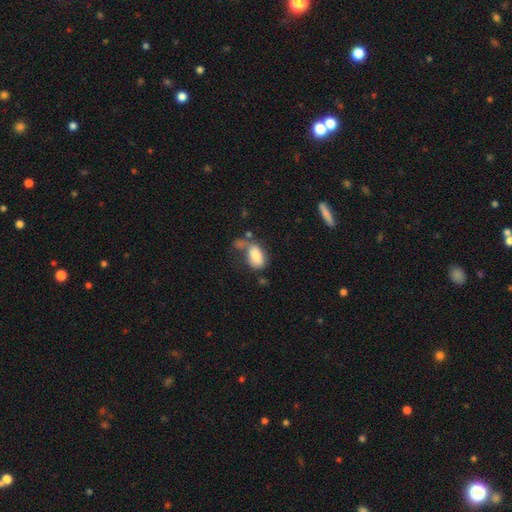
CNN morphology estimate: Smooth or featured? smooth (81%)
How rounded? in between (91%)
Merging? none (37%)